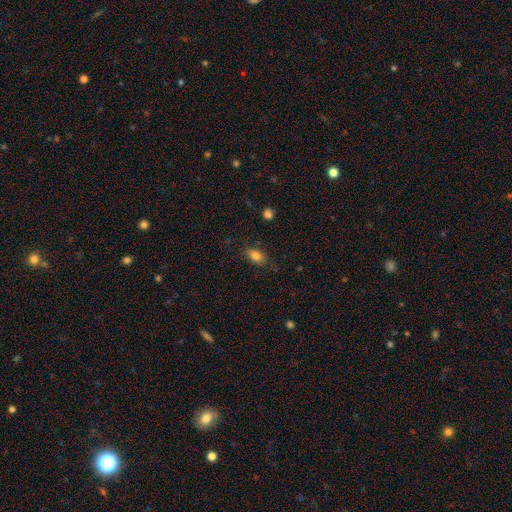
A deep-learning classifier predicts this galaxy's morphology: This is clearly a smooth galaxy (82%). How rounded: clearly in between (82%). Merging: clearly none (80%).